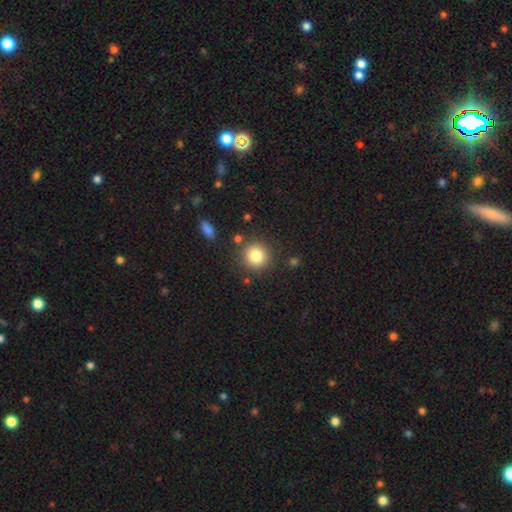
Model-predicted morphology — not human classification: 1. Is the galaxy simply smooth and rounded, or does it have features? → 82% smooth, 11% star or artifact, 7% featured or disk.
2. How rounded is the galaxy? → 91% round, 8% in between, 1% cigar-shaped.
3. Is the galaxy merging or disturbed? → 84% none, 9% minor disturbance, 4% merger, 3% major disturbance.